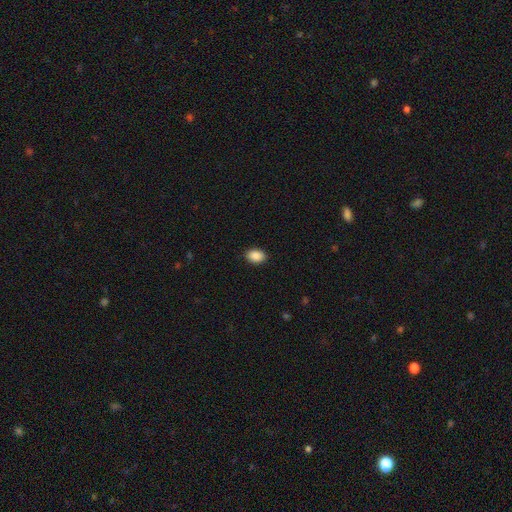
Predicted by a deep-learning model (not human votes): Morphology: type=smooth (89%); roundness=in between (78%); merging=none (90%).